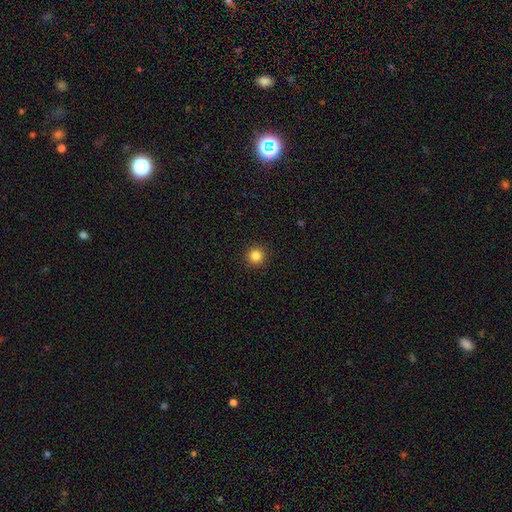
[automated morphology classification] type=smooth (85%); roundness=round (95%); merging=none (93%).